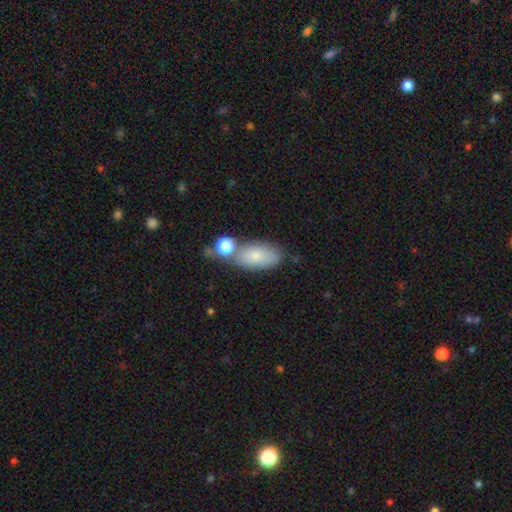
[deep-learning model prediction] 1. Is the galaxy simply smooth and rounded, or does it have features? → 77% smooth, 15% featured or disk, 8% star or artifact.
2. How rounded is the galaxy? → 91% in between, 5% round, 4% cigar-shaped.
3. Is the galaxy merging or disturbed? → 57% none, 19% minor disturbance, 18% merger, 6% major disturbance.